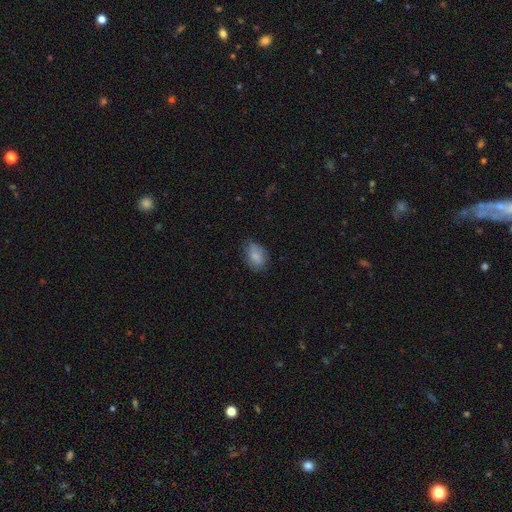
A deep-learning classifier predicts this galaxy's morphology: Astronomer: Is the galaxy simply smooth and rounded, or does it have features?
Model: smooth — 82%.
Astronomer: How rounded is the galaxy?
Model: in between — 80%.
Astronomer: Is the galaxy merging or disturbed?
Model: none — 70%.